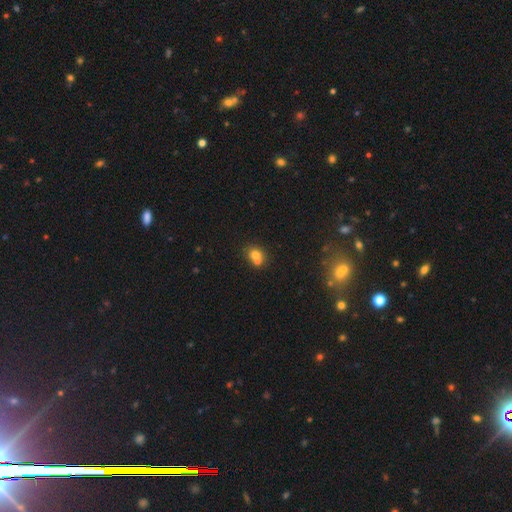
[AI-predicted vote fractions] Morphology: type=smooth (73%); roundness=round (62%); merging=merger (46%).